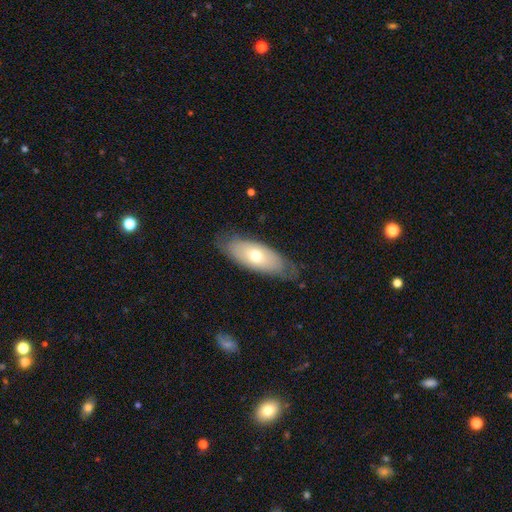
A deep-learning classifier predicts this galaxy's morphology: This is possibly a smooth galaxy (56%). How rounded: clearly in between (81%). Merging: likely none (73%).